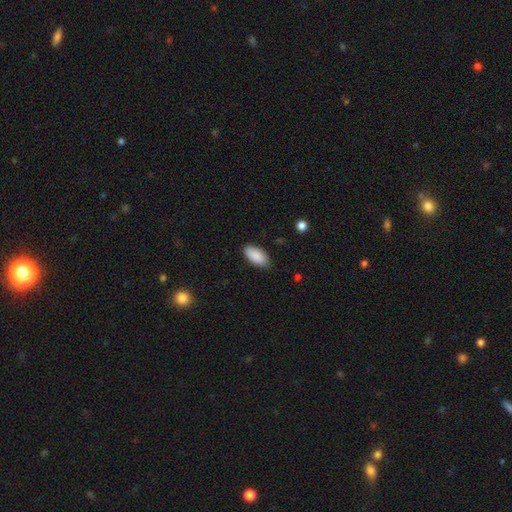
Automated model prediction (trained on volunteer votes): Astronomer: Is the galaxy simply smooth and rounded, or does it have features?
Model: smooth — 90%.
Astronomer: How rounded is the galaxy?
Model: in between — 94%.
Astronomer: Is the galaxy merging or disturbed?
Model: none — 85%.